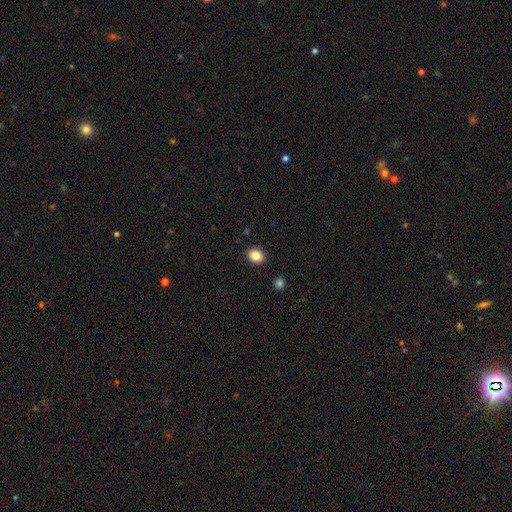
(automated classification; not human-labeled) smooth-or-featured: smooth: 86% | star or artifact: 9% | featured or disk: 5%
  how-rounded: in between: 51% | round: 49% | cigar-shaped: 1%
  merging: none: 89% | minor disturbance: 7% | major disturbance: 2% | merger: 2%